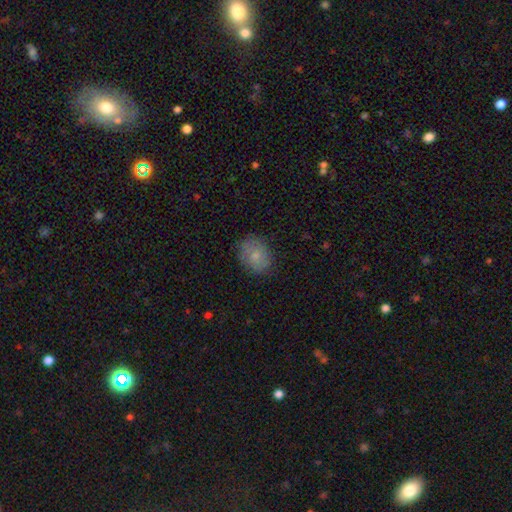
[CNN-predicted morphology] This is likely a smooth galaxy (71%). How rounded: possibly round (52%). Merging: clearly none (80%).